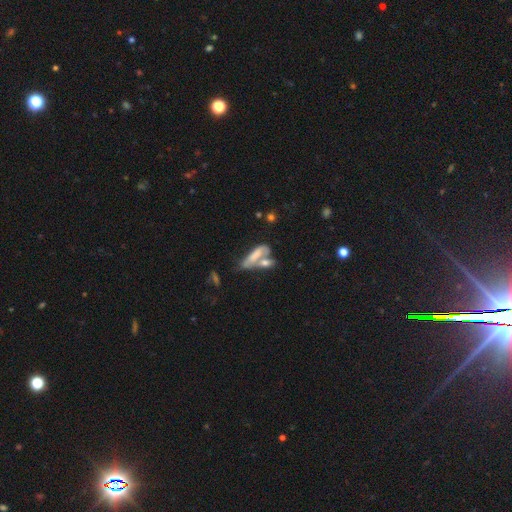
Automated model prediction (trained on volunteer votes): This is possibly a smooth galaxy (60%). How rounded: possibly in between (54%). Merging: possibly merger (53%).